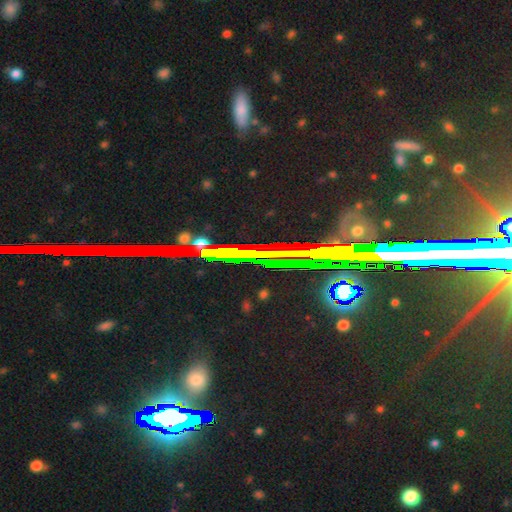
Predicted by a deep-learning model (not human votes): star or artifact 80%, featured or disk 11%, smooth 9%.